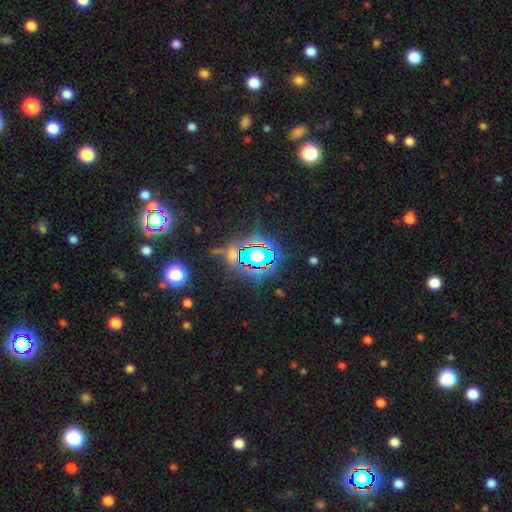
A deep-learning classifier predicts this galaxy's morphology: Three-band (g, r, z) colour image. It shows a star or artifact, not a galaxy (73%).